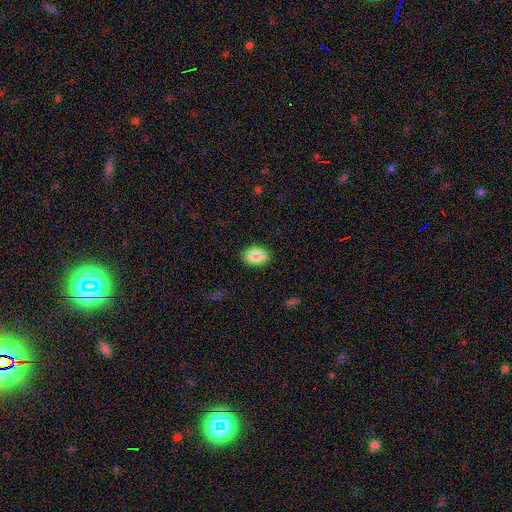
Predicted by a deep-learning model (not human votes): Smooth or featured?
  - smooth: 74% *
  - star or artifact: 17%
  - featured or disk: 9%
How rounded?
  - in between: 83% *
  - round: 14%
  - cigar-shaped: 3%
Merging?
  - none: 85% *
  - minor disturbance: 11%
  - major disturbance: 3%
  - merger: 1%